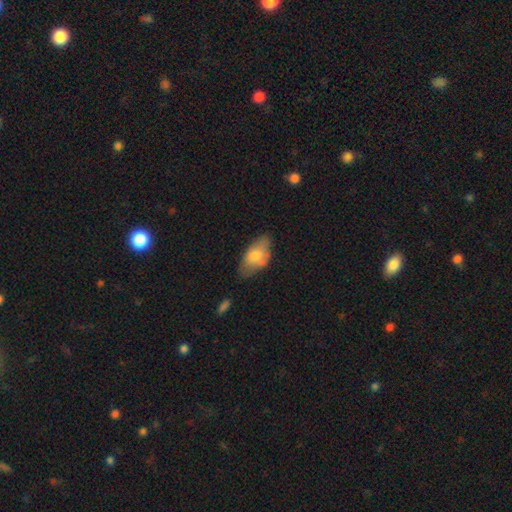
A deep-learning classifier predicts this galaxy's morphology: This appears to be a smooth galaxy with no disk features (72%) that is in between round and cigar-shaped (93%). Merging: none (48%).